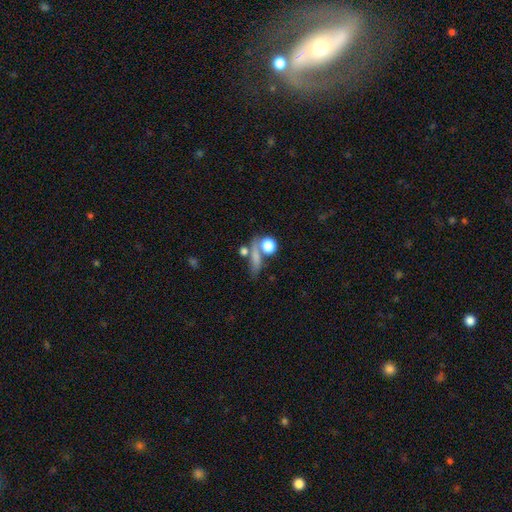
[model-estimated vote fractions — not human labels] Overall: smooth (71%). How rounded: round (38%; in between 34%). Merging: none (49%; merger 27%).